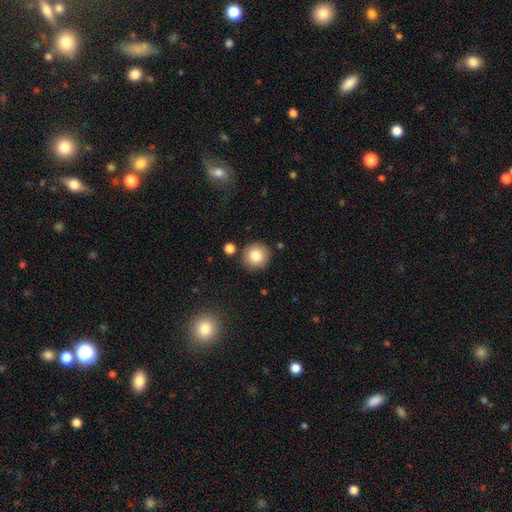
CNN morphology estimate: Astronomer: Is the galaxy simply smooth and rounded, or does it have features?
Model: smooth — 82%.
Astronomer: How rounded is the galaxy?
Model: round — 92%.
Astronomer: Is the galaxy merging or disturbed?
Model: none — 86%.